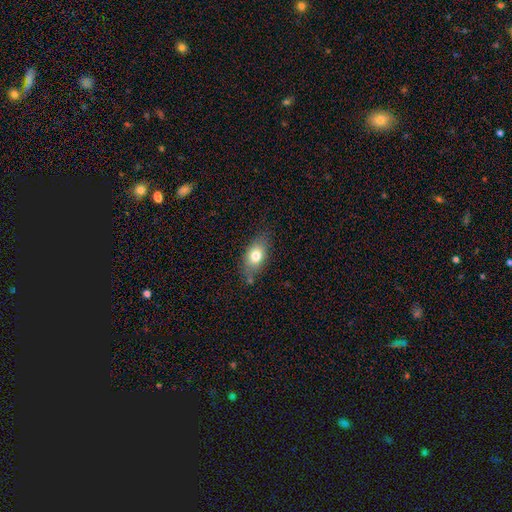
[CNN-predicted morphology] A smooth galaxy with no disk features (75%) that is in between round and cigar-shaped (84%). Merging: none (72%).